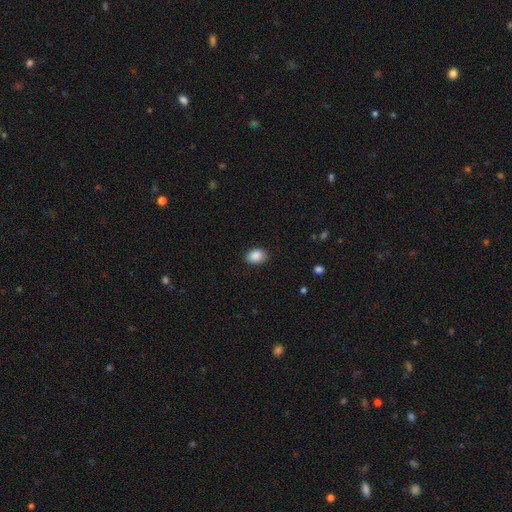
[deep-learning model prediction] A smooth galaxy with no disk features (89%) that is in between round and cigar-shaped (77%).

Vote fractions:
- Smooth or featured? smooth: 89% / star or artifact: 8% / featured or disk: 4%
- How rounded? in between: 77% / round: 22% / cigar-shaped: 1%
- Merging? none: 87% / minor disturbance: 10% / major disturbance: 2% / merger: 1%